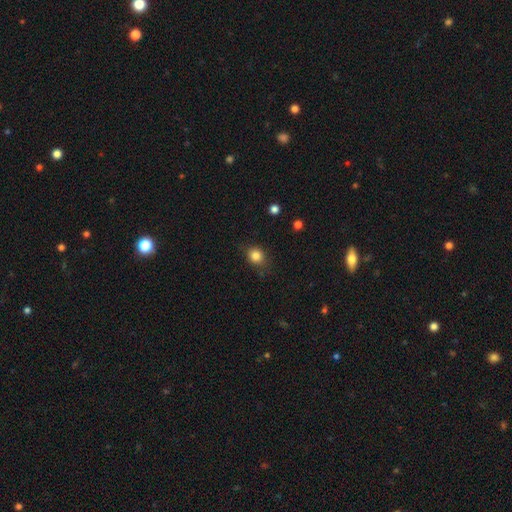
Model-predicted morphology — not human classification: A smooth galaxy with no disk features (83%) that is round (68%).

Vote fractions:
- Smooth or featured? smooth: 83% / star or artifact: 11% / featured or disk: 6%
- How rounded? round: 68% / in between: 31% / cigar-shaped: 1%
- Merging? none: 77% / minor disturbance: 17% / major disturbance: 4% / merger: 2%